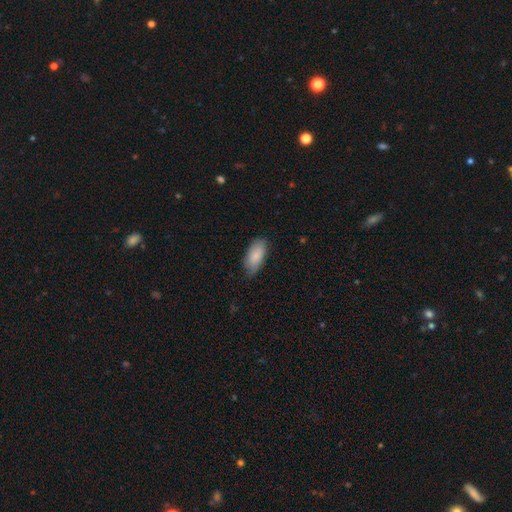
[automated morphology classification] This is clearly a smooth galaxy (85%). How rounded: clearly in between (92%). Merging: likely none (75%).